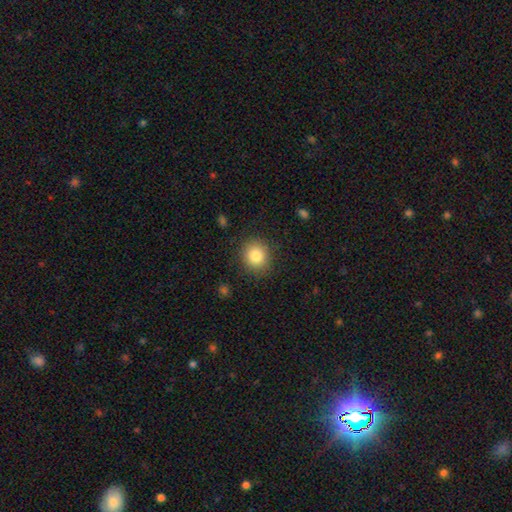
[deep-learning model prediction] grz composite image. It shows a smooth galaxy with no disk features (83%) that is round (82%). Merging: none (88%).